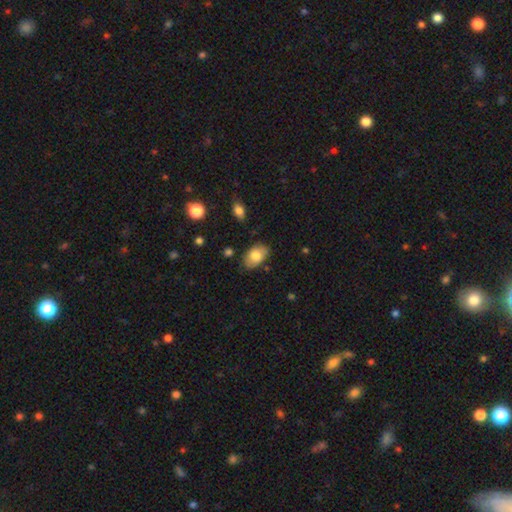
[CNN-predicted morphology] smooth 80%, featured or disk 14%, star or artifact 7%. Down the decision tree: how rounded — in between (92%); merging — none (78%).